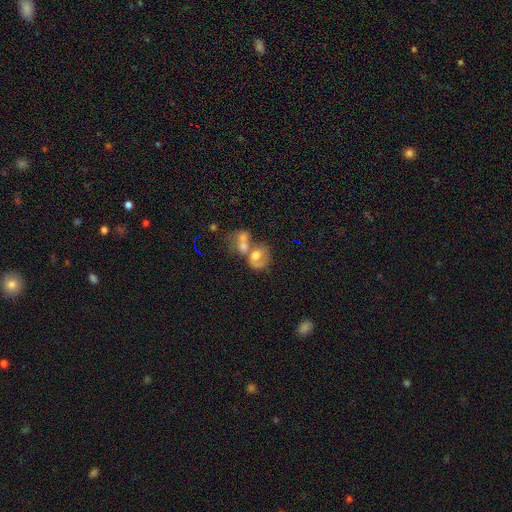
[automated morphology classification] Smooth or featured? smooth (49%)
Merging? merger (70%)